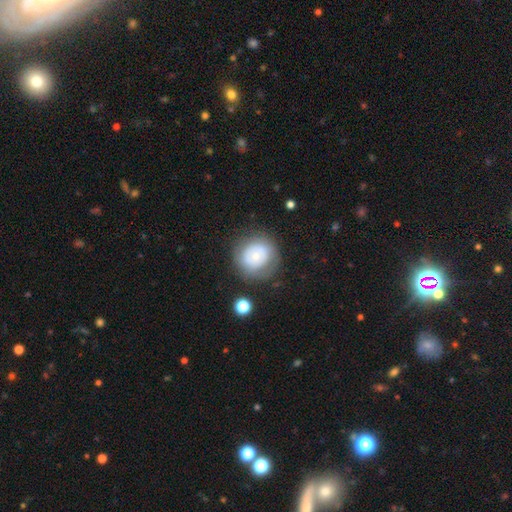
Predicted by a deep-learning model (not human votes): Q: Smooth or featured?
A: smooth (57%); runner-up: featured or disk (35%)
Q: How rounded?
A: round (88%); runner-up: in between (11%)
Q: Merging?
A: none (72%); runner-up: minor disturbance (17%)